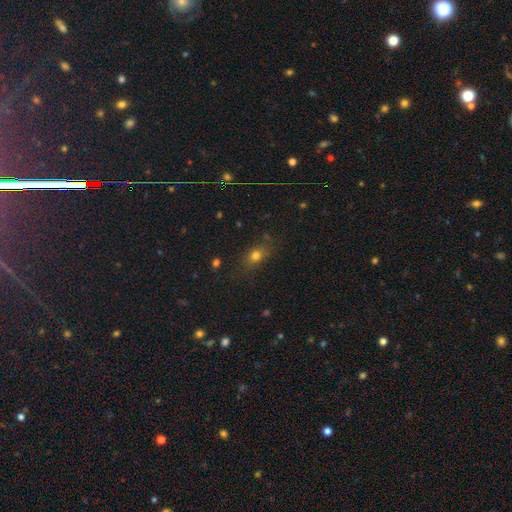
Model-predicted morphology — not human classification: This appears to be a smooth galaxy with no disk features (73%) that is in between round and cigar-shaped (57%). Merging: none (75%).